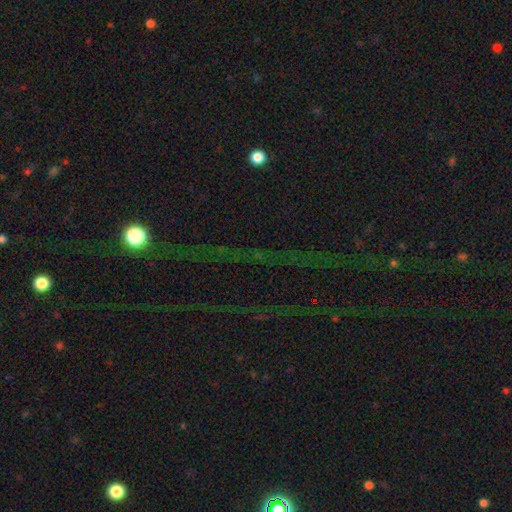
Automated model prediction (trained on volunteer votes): Smooth or featured: star or artifact — 75% (smooth — 15%)